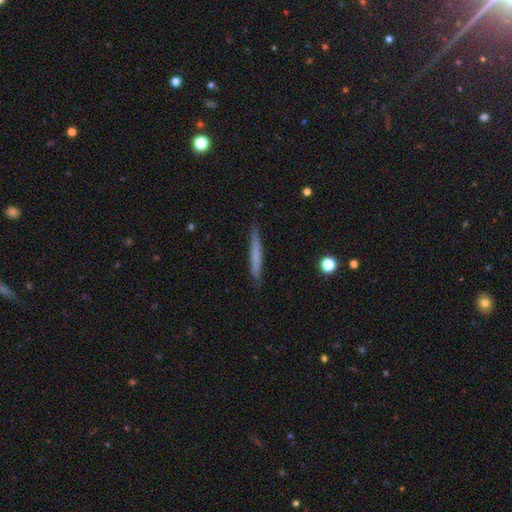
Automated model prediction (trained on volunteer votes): A smooth galaxy with no disk features (62%) that is cigar-shaped (96%). Merging: none (89%).